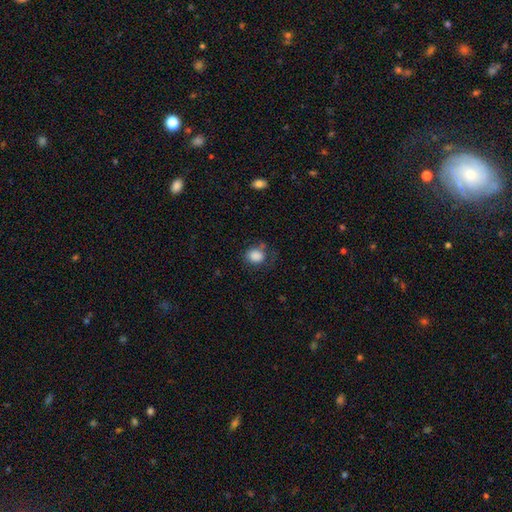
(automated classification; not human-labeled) The model was most divided on "how rounded": round: 62%, in between: 37%, cigar-shaped: 1%. More confident: smooth or featured — smooth (85%); merging — none (57%).